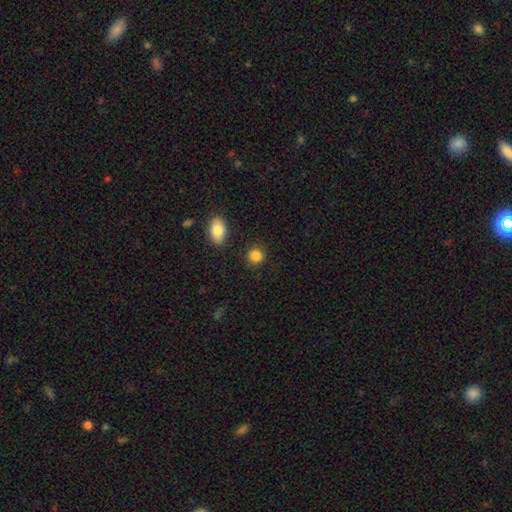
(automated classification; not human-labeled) A smooth galaxy with no disk features (87%) that is round (84%).

Vote fractions:
- Smooth or featured? smooth: 87% / star or artifact: 9% / featured or disk: 4%
- How rounded? round: 84% / in between: 15% / cigar-shaped: 1%
- Merging? none: 87% / minor disturbance: 8% / merger: 3% / major disturbance: 3%